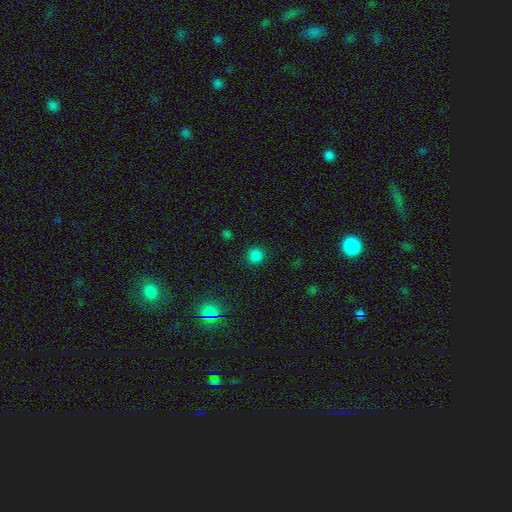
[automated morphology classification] Smooth or featured?
  - smooth: 82% *
  - star or artifact: 15%
  - featured or disk: 3%
How rounded?
  - round: 94% *
  - in between: 5%
  - cigar-shaped: 1%
Merging?
  - none: 91% *
  - minor disturbance: 6%
  - major disturbance: 2%
  - merger: 1%